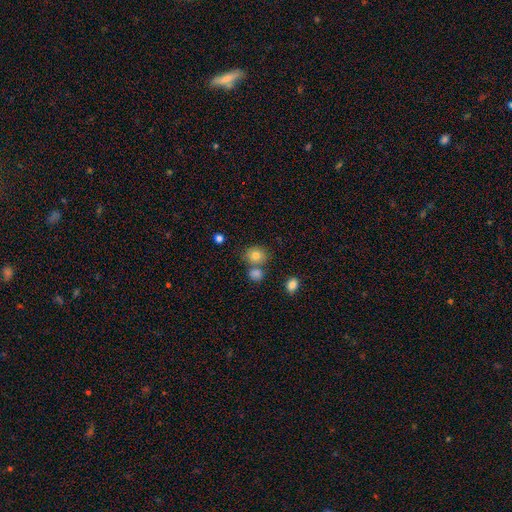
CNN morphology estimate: Smooth or featured? Predicted: smooth (p=0.80). How rounded? Predicted: round (p=0.70). Merging? Predicted: none (p=0.64).